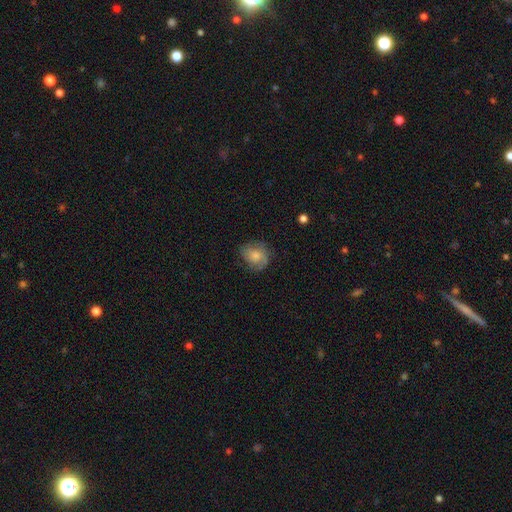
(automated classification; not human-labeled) A smooth galaxy with no disk features (64%) that is round (58%). Merging: none (65%).